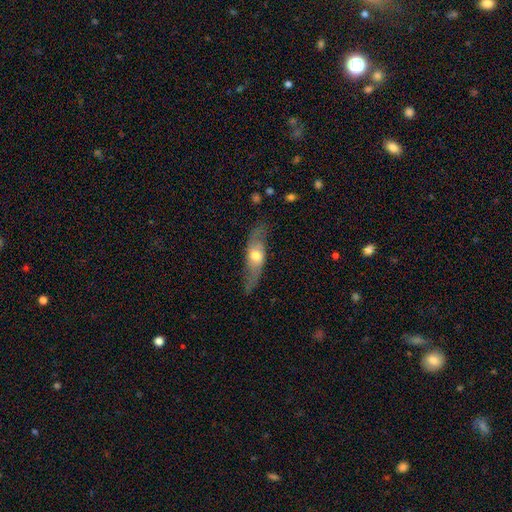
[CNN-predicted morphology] Smooth or featured? Predicted: featured or disk (p=0.60). Edge-on disk? Predicted: no (p=0.64). Merging? Predicted: none (p=0.69).